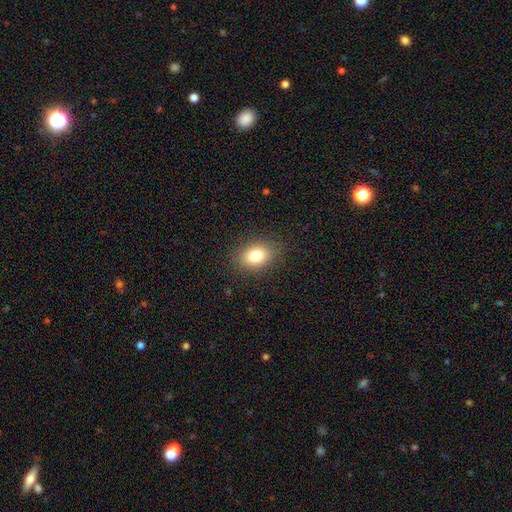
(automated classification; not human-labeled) A smooth galaxy with no disk features (81%) that is in between round and cigar-shaped (77%). Merging: none (85%).